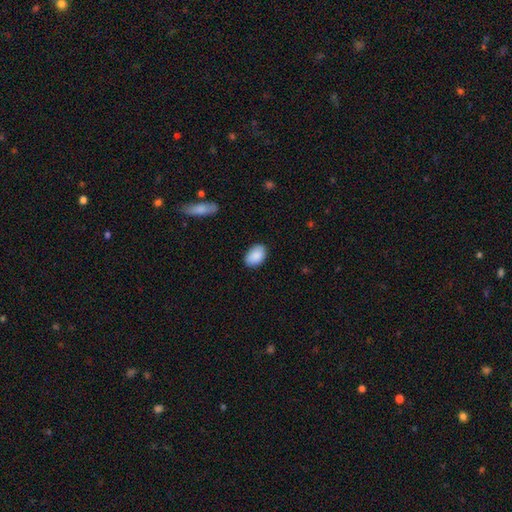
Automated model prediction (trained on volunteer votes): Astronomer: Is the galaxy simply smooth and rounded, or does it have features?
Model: smooth — 89%.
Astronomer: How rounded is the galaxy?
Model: in between — 87%.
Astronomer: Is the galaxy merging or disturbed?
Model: none — 84%.